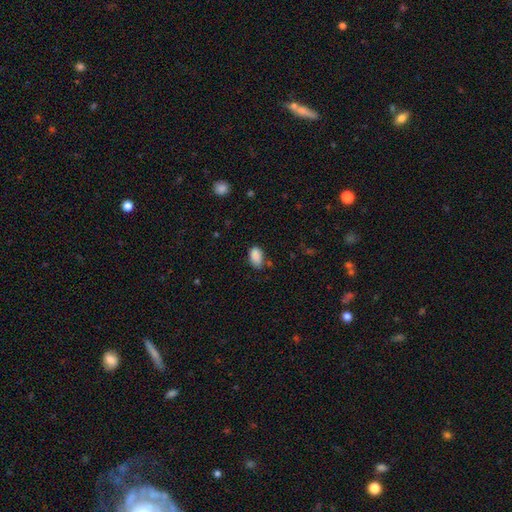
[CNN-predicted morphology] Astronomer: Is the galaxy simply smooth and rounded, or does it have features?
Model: smooth — 89%.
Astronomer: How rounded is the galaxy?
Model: in between — 91%.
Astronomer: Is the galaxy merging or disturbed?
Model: none — 72%.